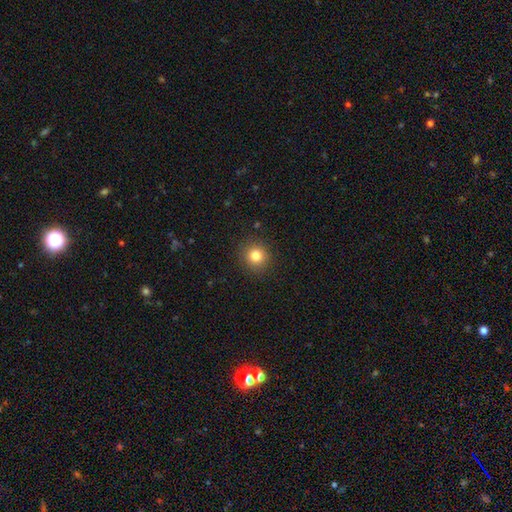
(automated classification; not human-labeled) Smooth or featured: smooth — 81% (star or artifact — 12%)
How rounded: round — 91% (in between — 9%)
Merging: none — 90% (minor disturbance — 7%)